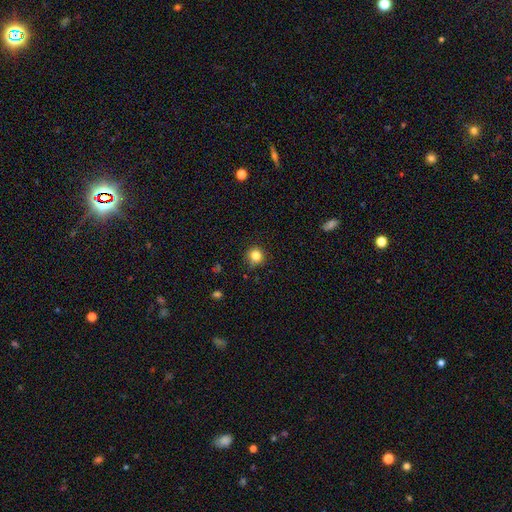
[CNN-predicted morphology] Smooth or featured? Predicted: smooth (p=0.82). How rounded? Predicted: round (p=0.90). Merging? Predicted: none (p=0.82).